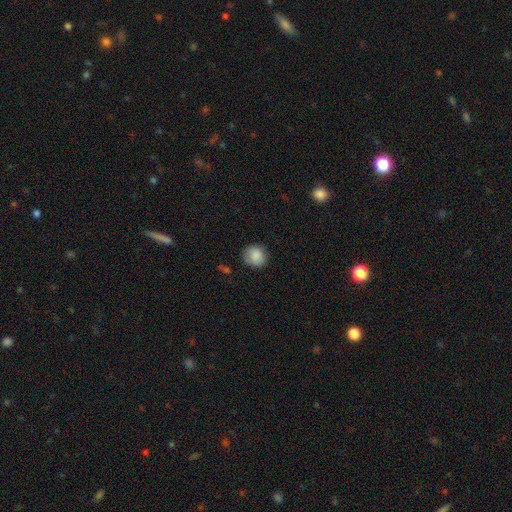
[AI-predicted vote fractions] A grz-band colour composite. It shows a smooth galaxy with no disk features (85%) that is round (82%). Merging: none (76%).